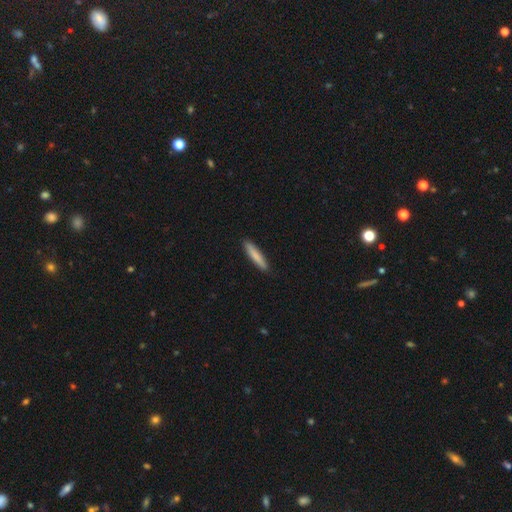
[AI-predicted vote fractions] Smooth or featured? Predicted: smooth (p=0.82). How rounded? Predicted: cigar-shaped (p=0.91). Merging? Predicted: none (p=0.91).